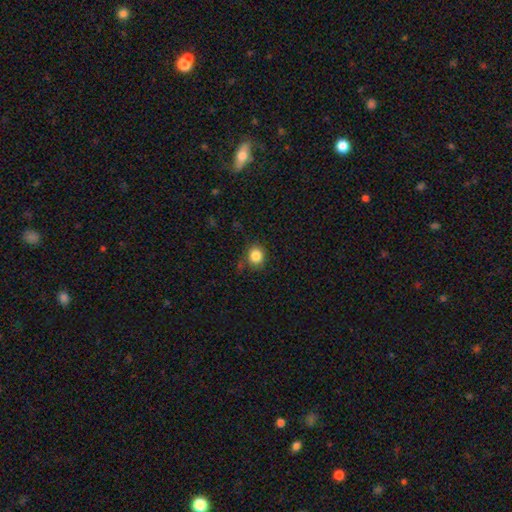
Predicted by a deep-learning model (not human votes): Smooth or featured? Predicted: smooth (p=0.84). How rounded? Predicted: round (p=0.81). Merging? Predicted: none (p=0.78).